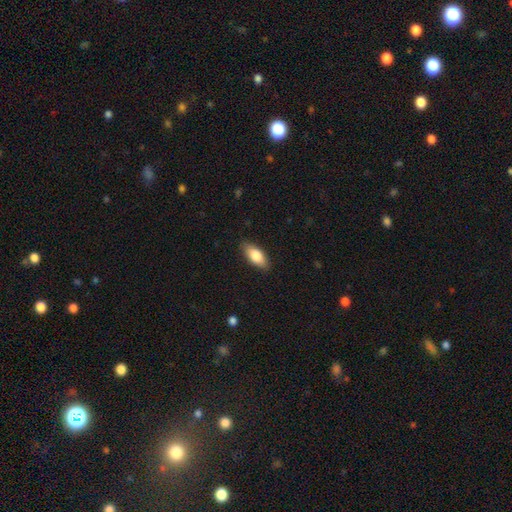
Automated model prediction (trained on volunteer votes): Smooth or featured? smooth (81%)
How rounded? in between (87%)
Merging? none (87%)